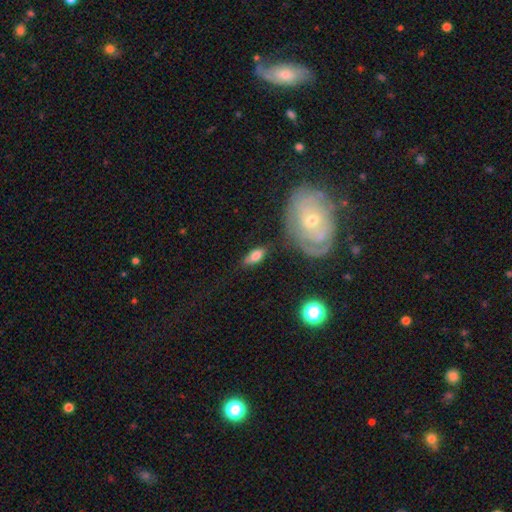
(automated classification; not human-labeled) smooth-or-featured: smooth: 70% | featured or disk: 22% | star or artifact: 8%
  how-rounded: in between: 82% | cigar-shaped: 13% | round: 5%
  merging: none: 66% | minor disturbance: 21% | major disturbance: 7% | merger: 5%